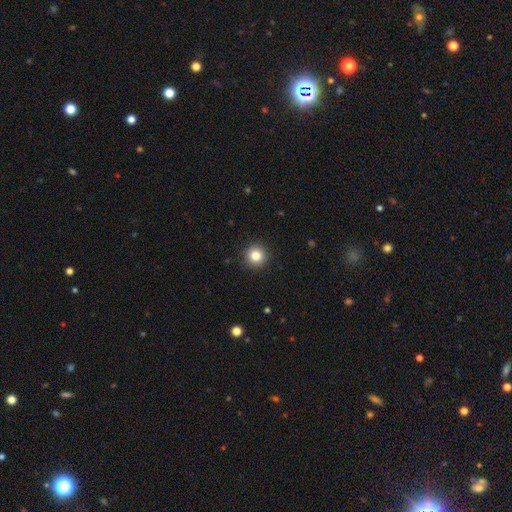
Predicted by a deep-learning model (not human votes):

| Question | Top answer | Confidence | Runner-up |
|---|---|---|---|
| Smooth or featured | smooth | 84% | star or artifact (11%) |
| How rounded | round | 95% | in between (4%) |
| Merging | none | 93% | minor disturbance (5%) |